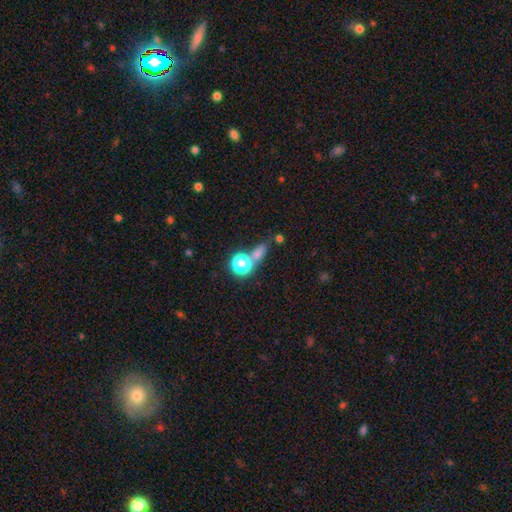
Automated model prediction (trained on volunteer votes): Morphology: type=smooth (61%); roundness=in between (47%); merging=none (56%).